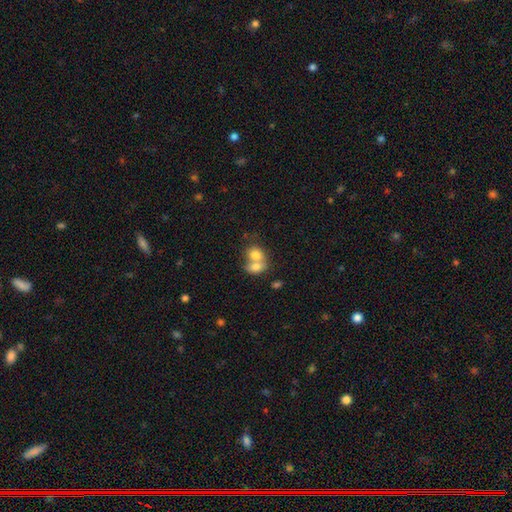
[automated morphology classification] Smooth or featured?
  - smooth: 75% *
  - featured or disk: 16%
  - star or artifact: 9%
How rounded?
  - in between: 57% *
  - round: 42%
  - cigar-shaped: 1%
Merging?
  - merger: 71% *
  - none: 20%
  - minor disturbance: 6%
  - major disturbance: 3%